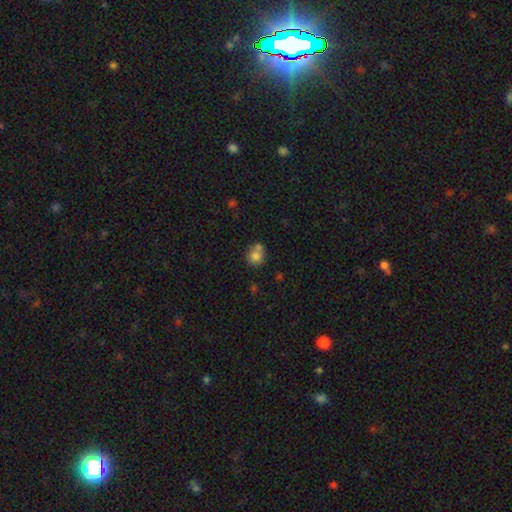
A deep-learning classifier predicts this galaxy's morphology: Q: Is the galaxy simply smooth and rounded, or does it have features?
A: smooth — 78%.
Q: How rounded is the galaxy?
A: round — 84%.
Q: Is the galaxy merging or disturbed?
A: none — 50%.